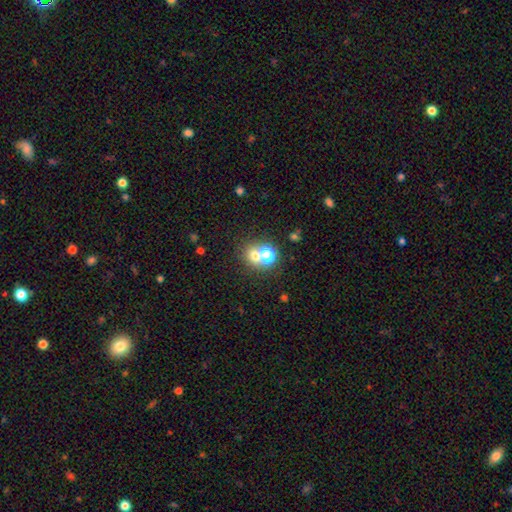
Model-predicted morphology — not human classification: Q: Smooth or featured?
A: smooth (61%); runner-up: star or artifact (27%)
Q: How rounded?
A: round (77%); runner-up: in between (22%)
Q: Merging?
A: none (54%); runner-up: merger (34%)